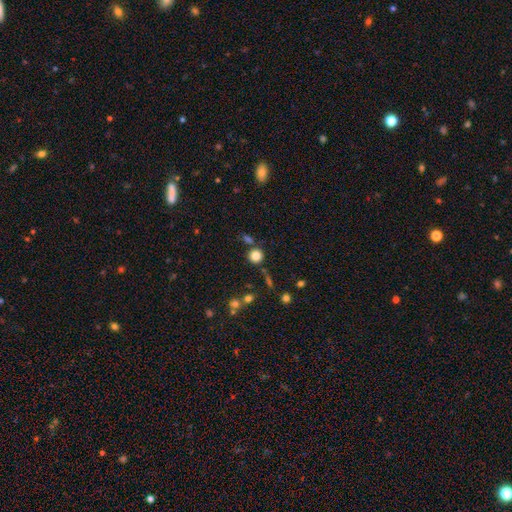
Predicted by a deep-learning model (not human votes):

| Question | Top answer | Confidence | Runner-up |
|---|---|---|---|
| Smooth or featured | smooth | 82% | star or artifact (12%) |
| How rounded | round | 91% | in between (8%) |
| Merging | none | 77% | merger (10%) |